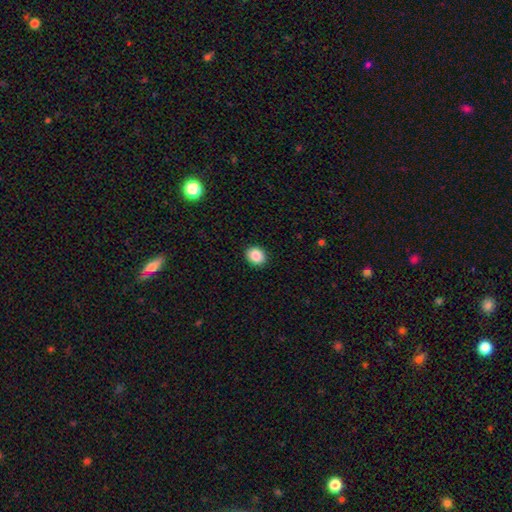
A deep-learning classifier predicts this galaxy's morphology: type=smooth (88%); roundness=round (64%); merging=none (91%).